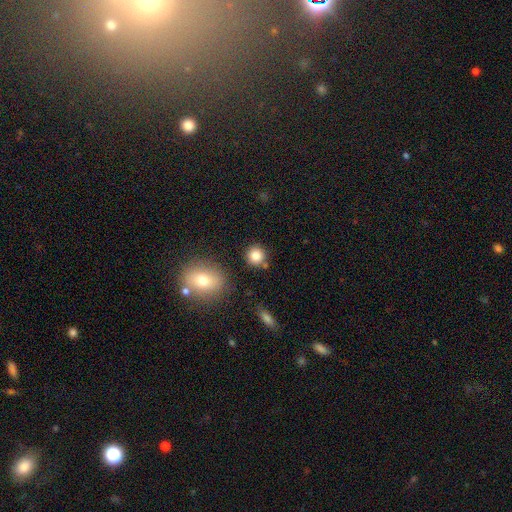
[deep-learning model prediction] Morphology: type=smooth (84%); roundness=round (91%); merging=none (83%).